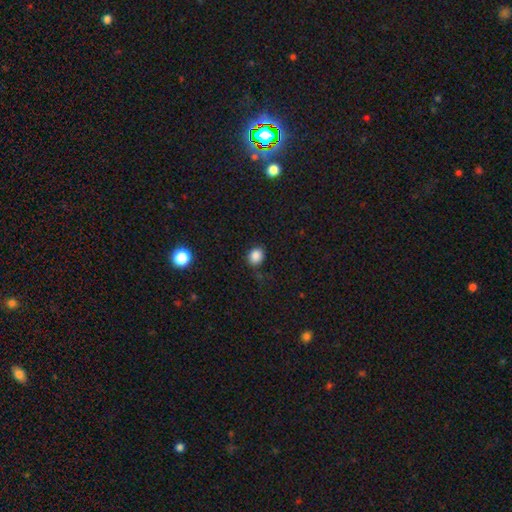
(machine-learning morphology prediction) smooth 85%, star or artifact 11%, featured or disk 4%. Down the decision tree: how rounded — round (66%); merging — none (80%).